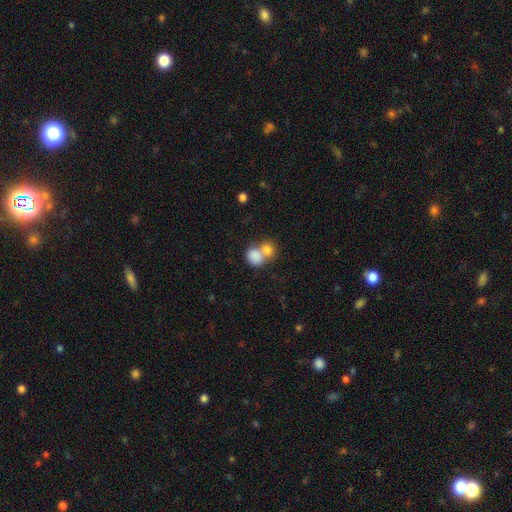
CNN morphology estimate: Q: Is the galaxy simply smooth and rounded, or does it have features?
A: smooth — 82%.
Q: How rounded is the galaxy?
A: round — 63%.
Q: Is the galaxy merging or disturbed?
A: merger — 61%.